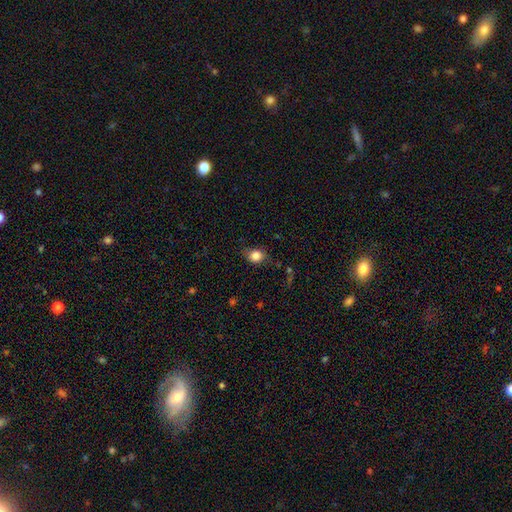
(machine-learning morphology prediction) Smooth or featured: smooth — 83% (star or artifact — 10%)
How rounded: round — 57% (in between — 42%)
Merging: none — 72% (minor disturbance — 20%)